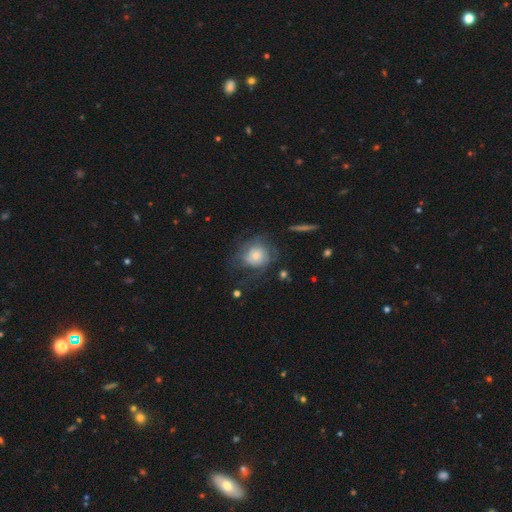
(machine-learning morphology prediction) Smooth or featured: featured or disk — 58% (smooth — 34%)
Edge-on disk: no — 97% (yes — 3%)
Bar: no — 79% (weak — 18%)
Spiral arms: yes — 81% (no — 19%)
Bulge size: small — 40% (moderate — 36%)
Merging: none — 56% (major disturbance — 22%)